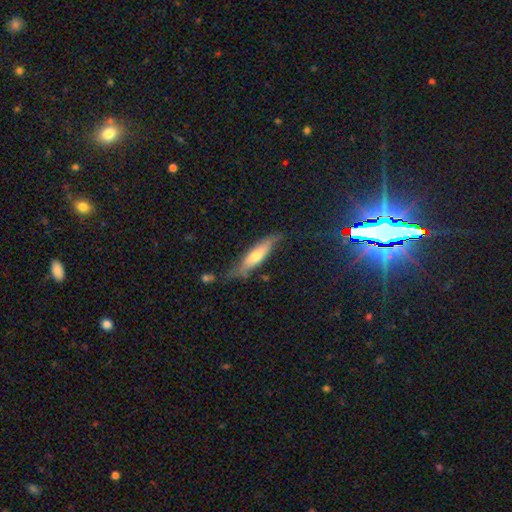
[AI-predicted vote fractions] Morphology: type=smooth (55%); roundness=cigar-shaped (72%); merging=none (61%).